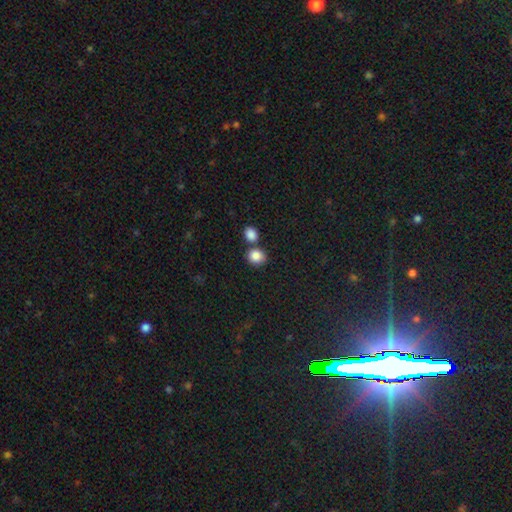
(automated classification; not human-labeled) Overall: smooth (86%). How rounded: round (71%). Merging: none (57%; merger 31%).